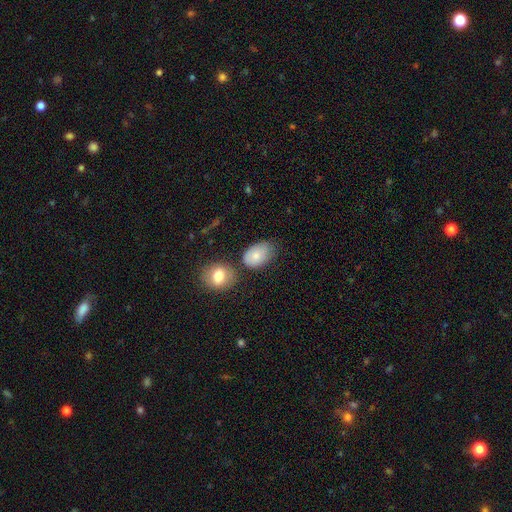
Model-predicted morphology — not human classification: Smooth or featured?
  - smooth: 79% *
  - featured or disk: 13%
  - star or artifact: 8%
How rounded?
  - in between: 85% *
  - round: 14%
  - cigar-shaped: 1%
Merging?
  - none: 52% *
  - minor disturbance: 26%
  - merger: 14%
  - major disturbance: 7%